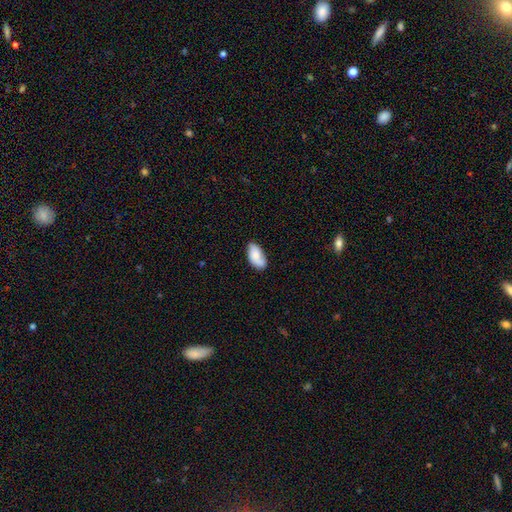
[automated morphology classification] Smooth or featured: smooth — 69% (featured or disk — 24%)
How rounded: in between — 94% (round — 3%)
Merging: none — 63% (minor disturbance — 25%)